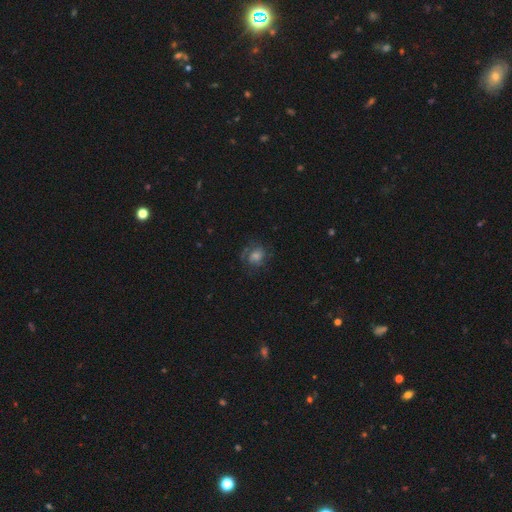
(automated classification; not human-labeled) smooth_or_featured: featured or disk (p=0.43) [alt: smooth p=0.38]
merging: none (p=0.66) [alt: minor disturbance p=0.18]